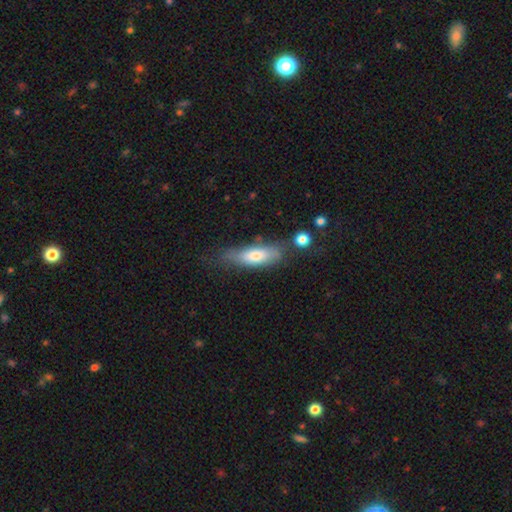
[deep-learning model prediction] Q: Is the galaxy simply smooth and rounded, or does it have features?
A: smooth — 68%.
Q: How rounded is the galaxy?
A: in between — 54%.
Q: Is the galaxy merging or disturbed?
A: none — 63%.